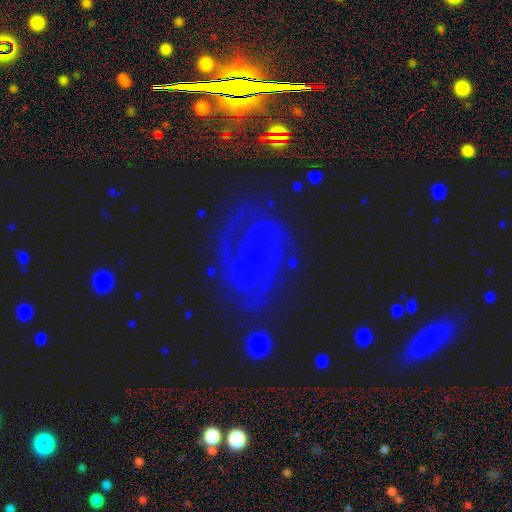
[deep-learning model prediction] The model was most divided on "bar": weak: 45%, no: 39%, strong: 15%. Remaining: edge-on disk — no (97%); spiral arms — yes (91%); bulge size — small (75%); smooth or featured — featured or disk (72%); merging — none (67%); spiral arm count — 2 (51%); spiral winding — medium (45%).